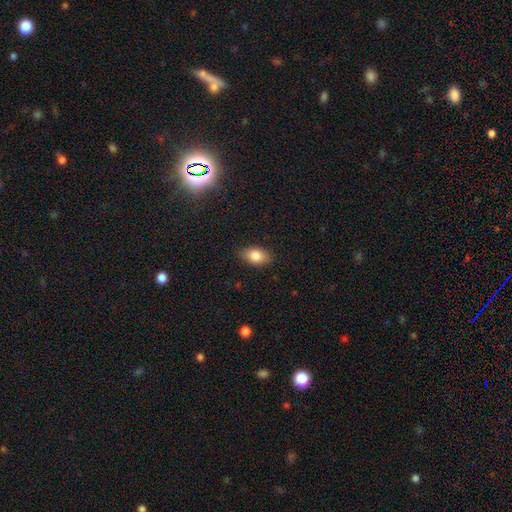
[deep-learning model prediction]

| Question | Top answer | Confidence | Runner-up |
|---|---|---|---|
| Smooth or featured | smooth | 83% | featured or disk (8%) |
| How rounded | in between | 86% | round (12%) |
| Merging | none | 84% | minor disturbance (13%) |